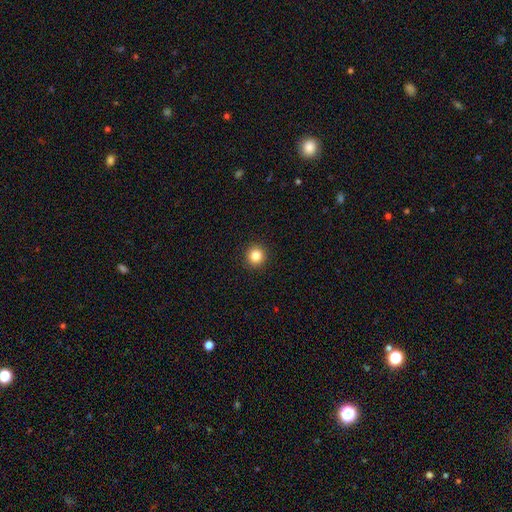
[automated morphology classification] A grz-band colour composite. It shows a smooth galaxy with no disk features (84%) that is round (94%). Merging: none (93%).